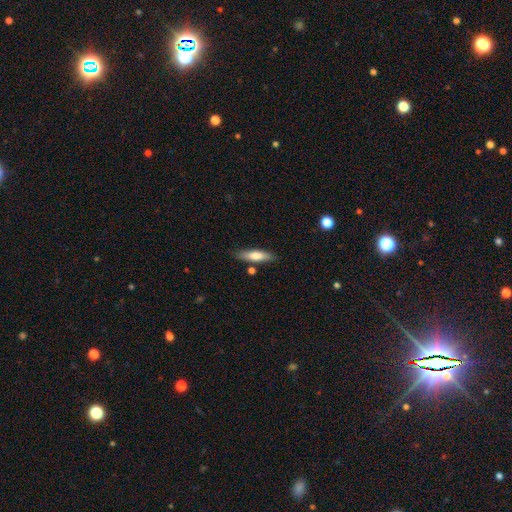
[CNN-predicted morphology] Q: Smooth or featured?
A: smooth (70%); runner-up: featured or disk (24%)
Q: How rounded?
A: cigar-shaped (68%); runner-up: in between (31%)
Q: Merging?
A: none (80%); runner-up: minor disturbance (12%)